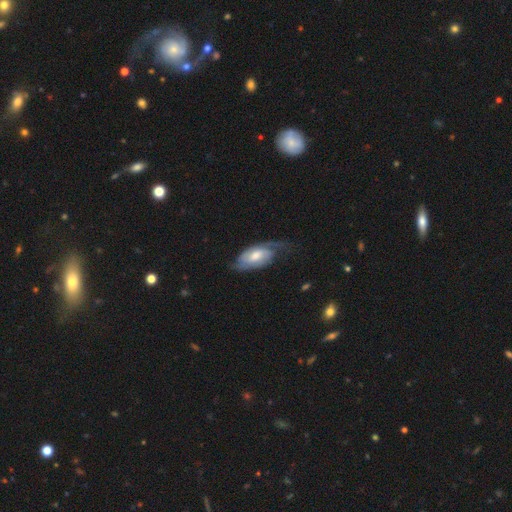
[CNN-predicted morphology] smooth-or-featured: featured or disk: 70% | smooth: 25% | star or artifact: 5%
  disk-edge-on: no: 93% | yes: 7%
    bar: no: 52% | weak: 40% | strong: 8%
    has-spiral-arms: yes: 90% | no: 10%
      spiral-winding: medium: 40% | tight: 36% | loose: 24%
      spiral-arm-count: 2: 57% | can't tell: 19% | 1: 16% | 3: 5% | 4: 2% | more than 4: 2%
    bulge-size: moderate: 60% | small: 20% | large: 15% | none: 3% | dominant: 2%
  merging: none: 48% | minor disturbance: 28% | major disturbance: 23% | merger: 2%